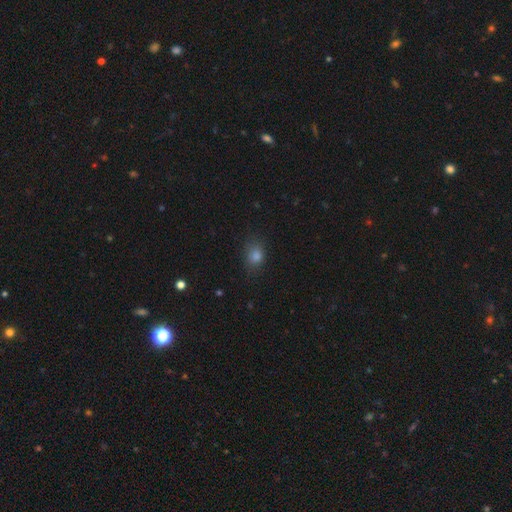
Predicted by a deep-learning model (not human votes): This is likely a smooth galaxy (78%). How rounded: possibly in between (59%). Merging: likely none (77%).